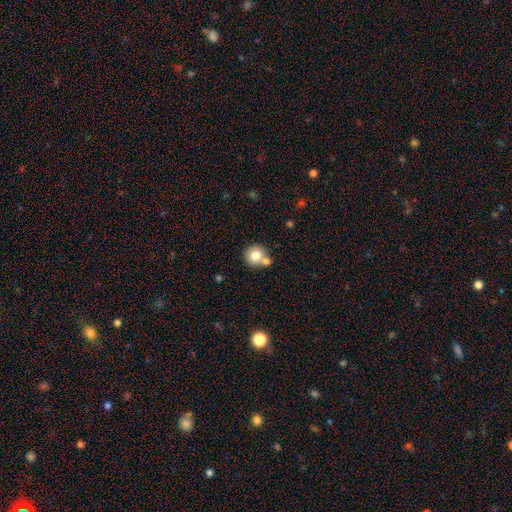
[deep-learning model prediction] smooth 77%, featured or disk 13%, star or artifact 10%. Down the decision tree: how rounded — round (92%); merging — none (59%).